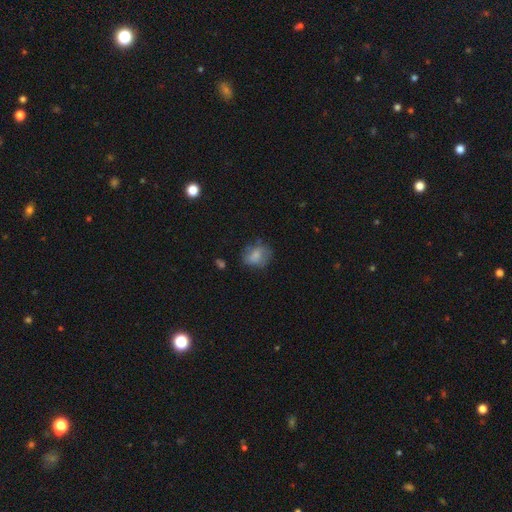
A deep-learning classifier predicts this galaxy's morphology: Overall: smooth (73%). How rounded: round (53%; in between 46%). Merging: none (61%; minor disturbance 25%).